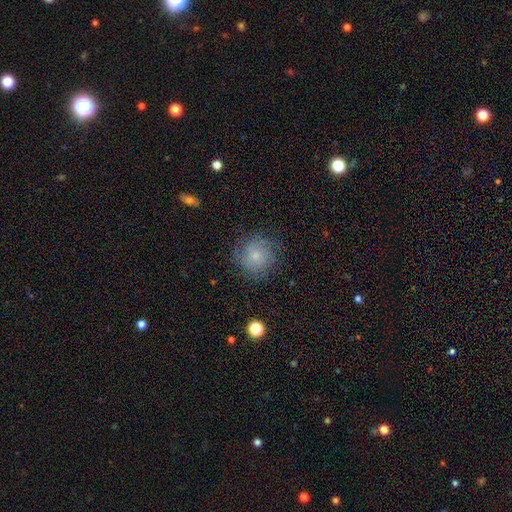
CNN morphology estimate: Smooth or featured? smooth (52%)
How rounded? round (91%)
Merging? none (74%)